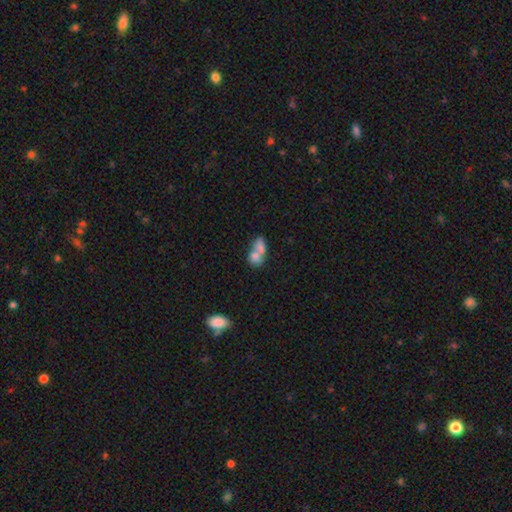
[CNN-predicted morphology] A smooth galaxy with no disk features (74%) that is in between round and cigar-shaped (66%).

Vote fractions:
- Smooth or featured? smooth: 74% / featured or disk: 17% / star or artifact: 9%
- How rounded? in between: 66% / round: 30% / cigar-shaped: 4%
- Merging? merger: 70% / none: 19% / minor disturbance: 6% / major disturbance: 4%